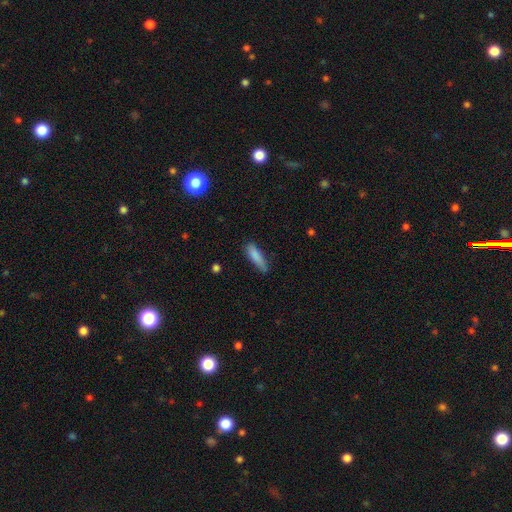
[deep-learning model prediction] A smooth galaxy with no disk features (84%) that is cigar-shaped (67%).

Vote fractions:
- Smooth or featured? smooth: 84% / featured or disk: 9% / star or artifact: 7%
- How rounded? cigar-shaped: 67% / in between: 32% / round: 2%
- Merging? none: 70% / minor disturbance: 24% / major disturbance: 5% / merger: 2%